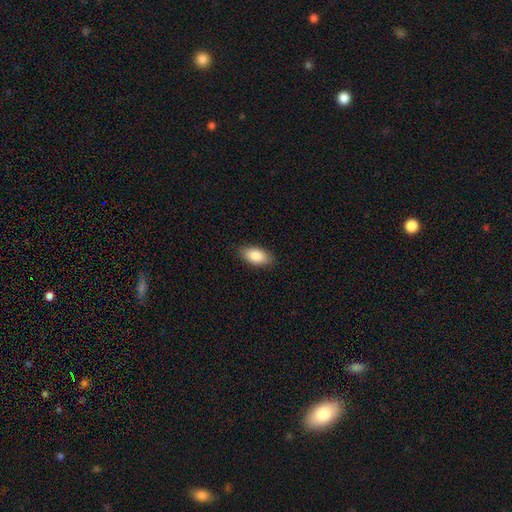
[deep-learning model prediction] Smooth or featured?
  - smooth: 87% *
  - featured or disk: 7%
  - star or artifact: 6%
How rounded?
  - in between: 93% *
  - cigar-shaped: 5%
  - round: 3%
Merging?
  - none: 86% *
  - minor disturbance: 10%
  - major disturbance: 2%
  - merger: 1%